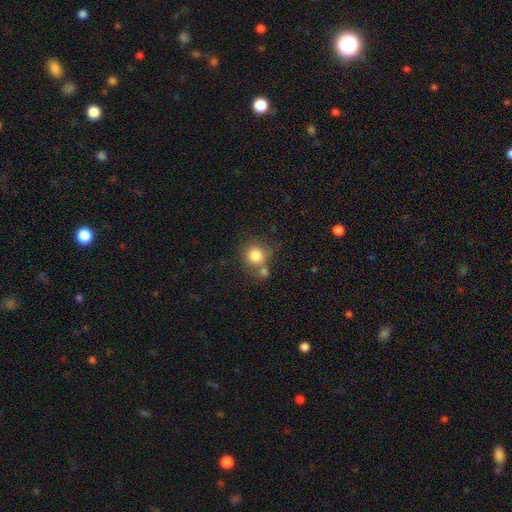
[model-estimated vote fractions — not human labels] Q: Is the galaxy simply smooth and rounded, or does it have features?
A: smooth — 81%.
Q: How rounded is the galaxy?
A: round — 87%.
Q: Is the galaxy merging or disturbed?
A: none — 54%.